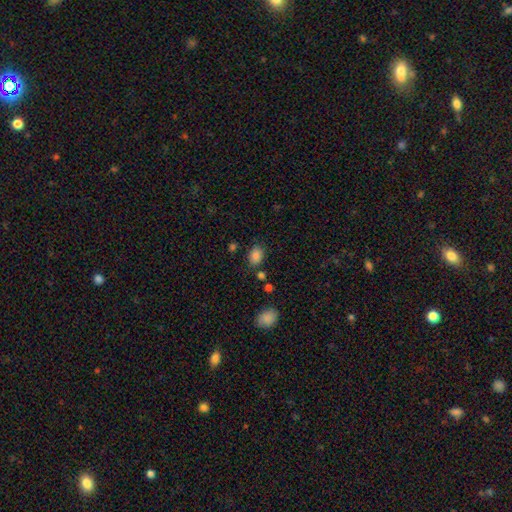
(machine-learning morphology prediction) Smooth or featured? Predicted: smooth (p=0.84). How rounded? Predicted: in between (p=0.70). Merging? Predicted: none (p=0.75).